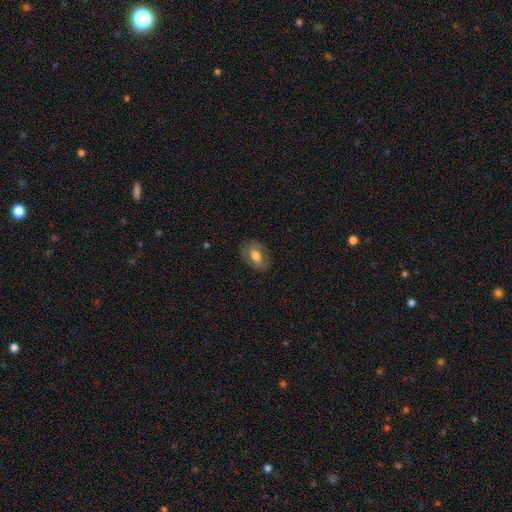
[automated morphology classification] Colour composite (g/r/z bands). It shows a smooth galaxy with no disk features (61%) that is in between round and cigar-shaped (82%). Merging: none (78%).